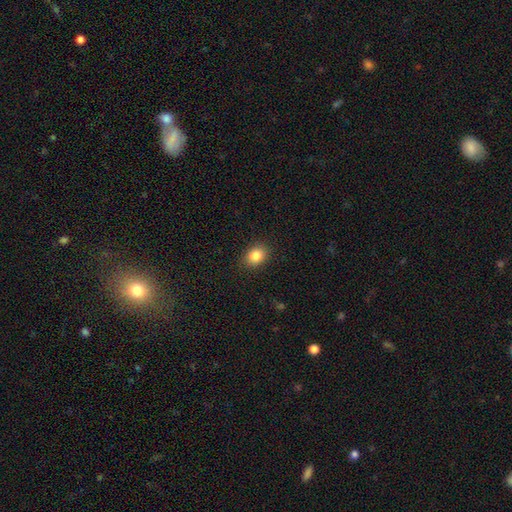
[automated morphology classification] This appears to be a smooth galaxy with no disk features (86%) that is in between round and cigar-shaped (57%). Merging: none (88%).